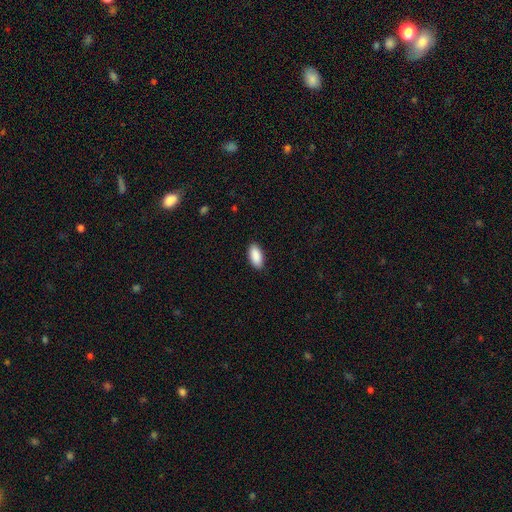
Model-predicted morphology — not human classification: A smooth galaxy with no disk features (91%) that is in between round and cigar-shaped (93%). Merging: none (88%).